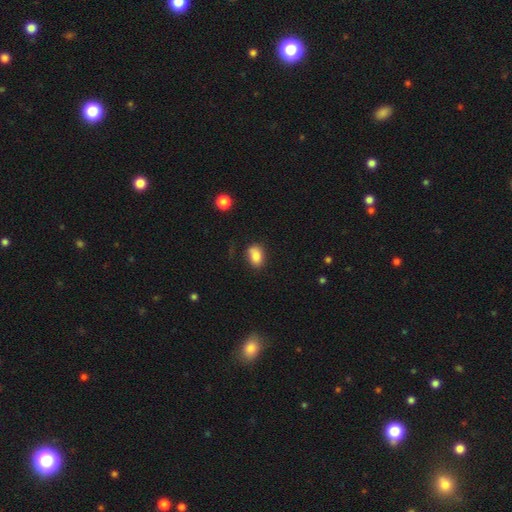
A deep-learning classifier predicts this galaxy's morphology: type=smooth (84%); roundness=in between (80%); merging=none (69%).